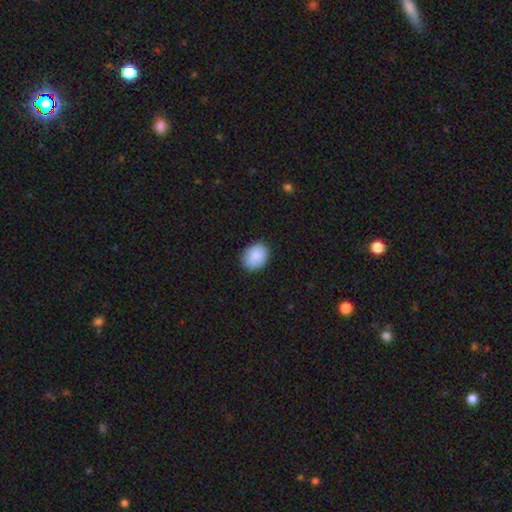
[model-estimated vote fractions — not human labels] smooth_or_featured: smooth (p=0.88) [alt: star or artifact p=0.07]
how_rounded: round (p=0.50) [tied with: in between p=0.50]
merging: none (p=0.86) [alt: minor disturbance p=0.11]